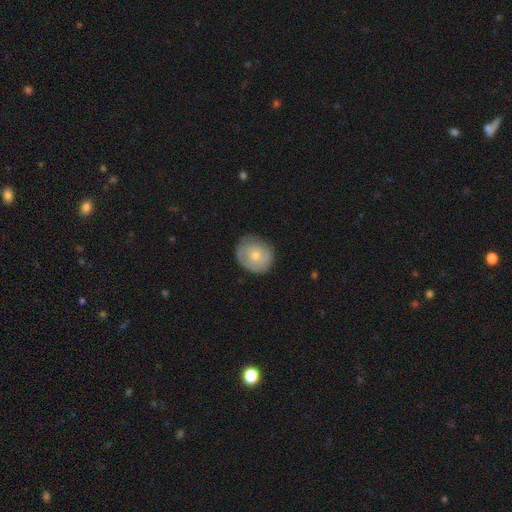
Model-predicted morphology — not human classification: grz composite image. It shows a smooth galaxy with no disk features (63%) that is round (80%). Merging: none (75%).